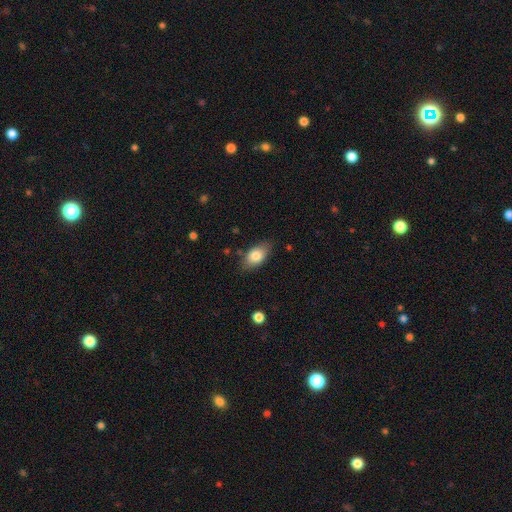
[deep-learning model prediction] Morphology: type=smooth (81%); roundness=in between (89%); merging=none (77%).